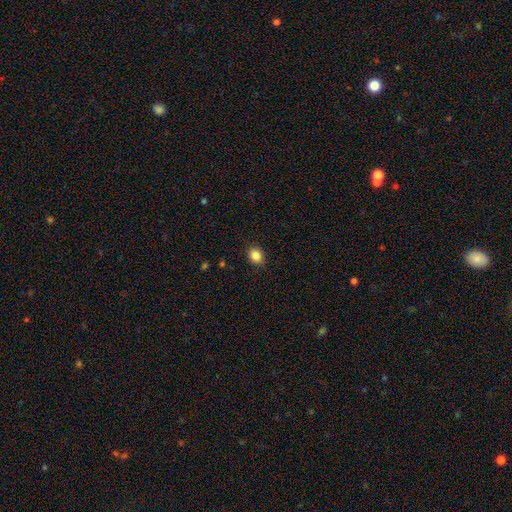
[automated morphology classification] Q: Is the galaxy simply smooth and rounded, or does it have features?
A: smooth — 85%.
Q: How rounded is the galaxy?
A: round — 51%.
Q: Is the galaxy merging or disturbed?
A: none — 89%.